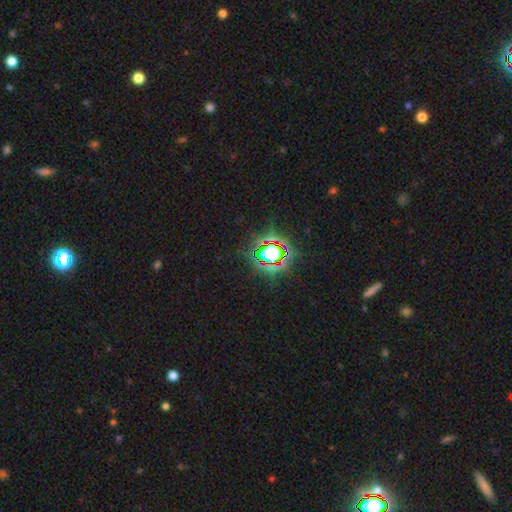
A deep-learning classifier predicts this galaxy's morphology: This is likely a star or artifact rather than a galaxy (79%).